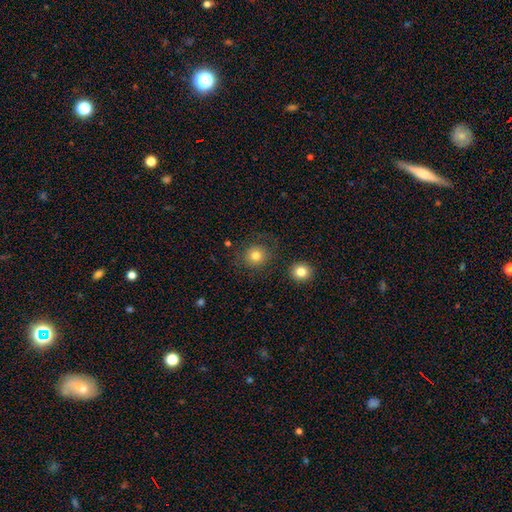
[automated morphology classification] smooth 80%, star or artifact 12%, featured or disk 9%. Down the decision tree: how rounded — round (88%); merging — none (80%).